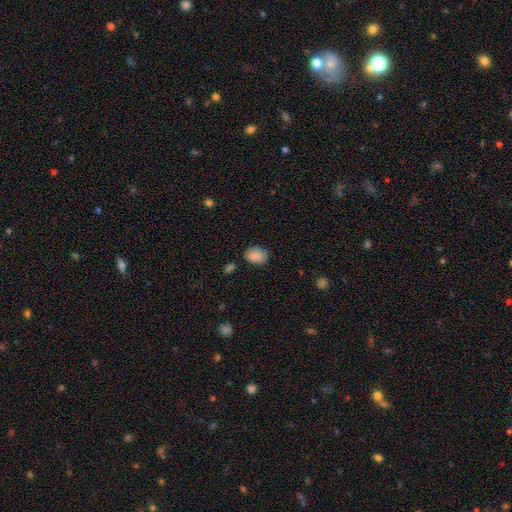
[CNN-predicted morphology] Smooth or featured? smooth (85%)
How rounded? in between (62%)
Merging? none (75%)